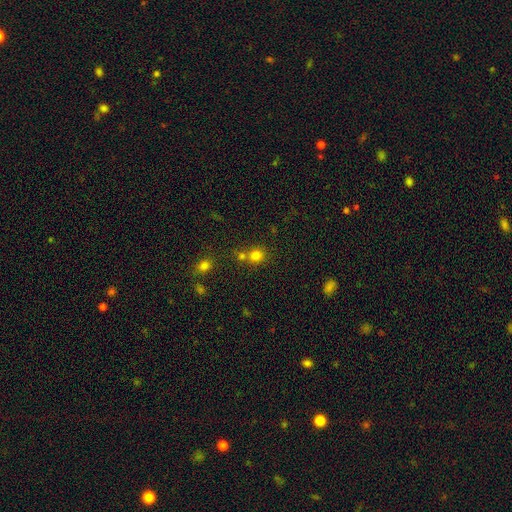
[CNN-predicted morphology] The model was most divided on "merging": none: 61%, merger: 28%, minor disturbance: 8%, major disturbance: 3%. More confident: how rounded — round (84%); smooth or featured — smooth (78%).